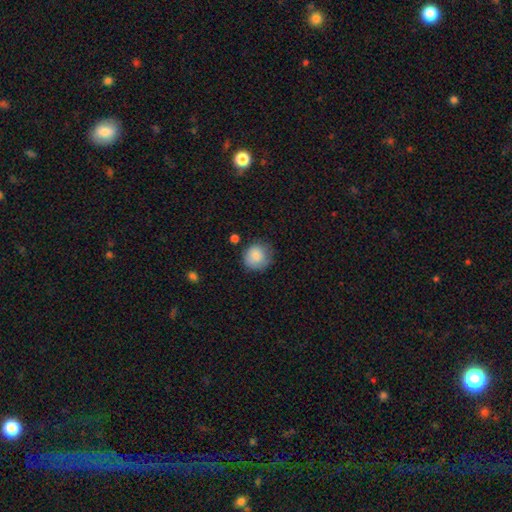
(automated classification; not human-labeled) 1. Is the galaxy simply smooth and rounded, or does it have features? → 85% smooth, 8% star or artifact, 7% featured or disk.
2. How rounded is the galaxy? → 88% round, 12% in between, 1% cigar-shaped.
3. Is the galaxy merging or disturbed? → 72% none, 20% minor disturbance, 5% major disturbance, 3% merger.